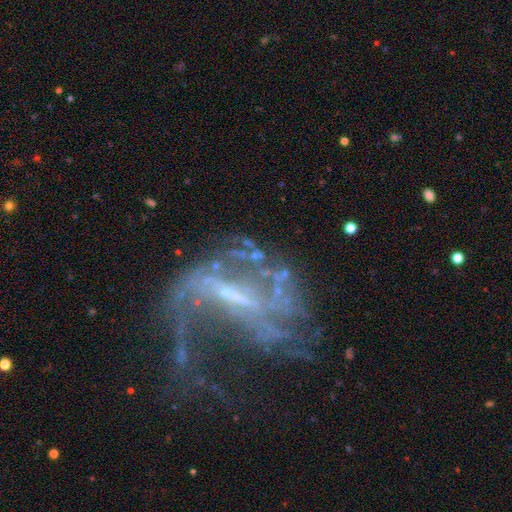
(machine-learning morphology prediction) Overall: featured or disk (77%). Edge-on disk: no (93%). Bar: strong (47%; weak 31%). Spiral arms: yes (62%; no 38%). Bulge size: small (45%; none 34%). Merging: none (40%; major disturbance 35%).